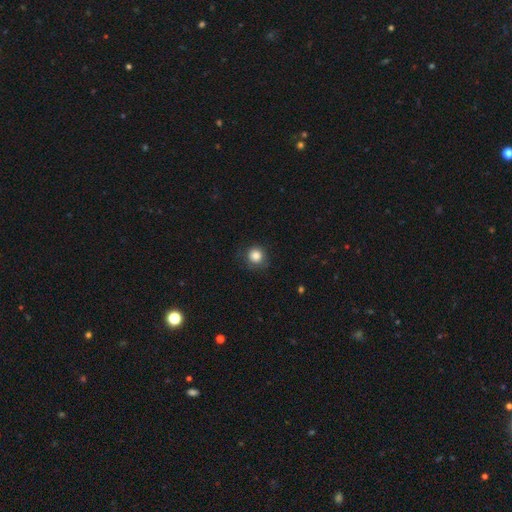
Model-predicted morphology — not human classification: Smooth or featured? smooth (83%)
How rounded? round (92%)
Merging? none (80%)